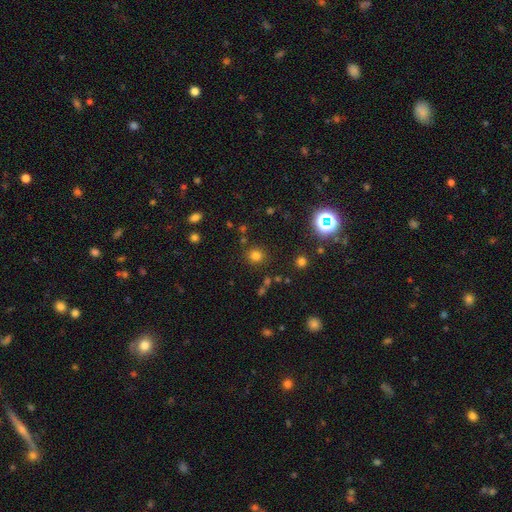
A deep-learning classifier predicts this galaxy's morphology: smooth-or-featured: smooth: 75% | star or artifact: 19% | featured or disk: 6%
  how-rounded: round: 88% | in between: 11% | cigar-shaped: 1%
  merging: none: 84% | minor disturbance: 8% | merger: 4% | major disturbance: 3%